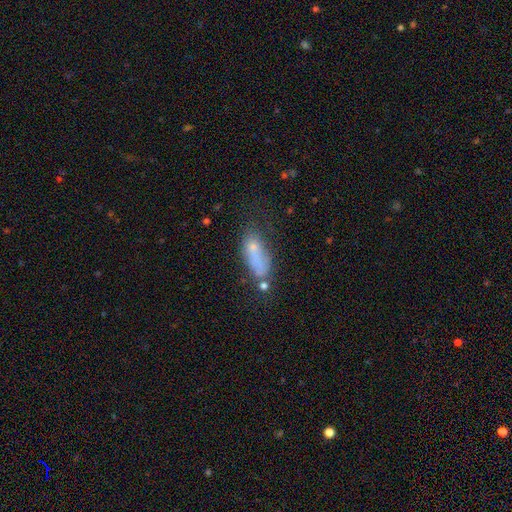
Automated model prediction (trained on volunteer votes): smooth 67%, featured or disk 21%, star or artifact 13%. Down the decision tree: how rounded — in between (69%); merging — none (36%).